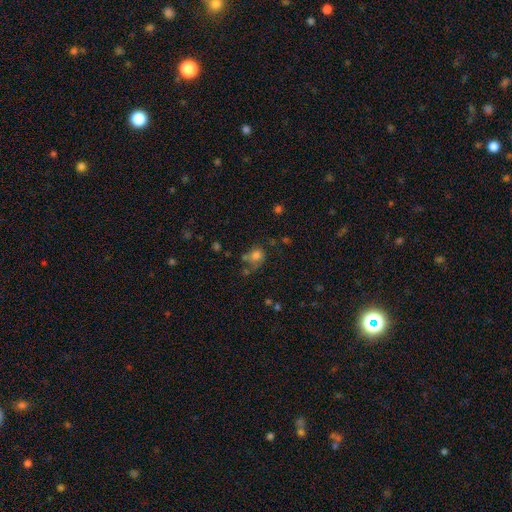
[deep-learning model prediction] Morphology: type=smooth (71%); roundness=round (59%); merging=none (40%).